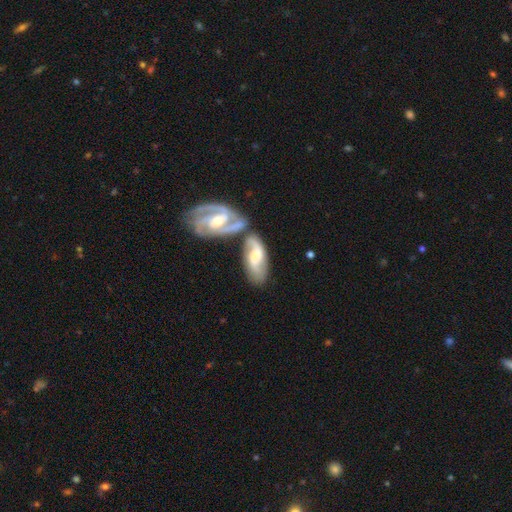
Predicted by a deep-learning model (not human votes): A featured or disk galaxy (75%) with a weak bar (46%), 2 (83%) medium (45%) spiral arms (94%) and a moderate central bulge (59%). Merging: merger (43%).